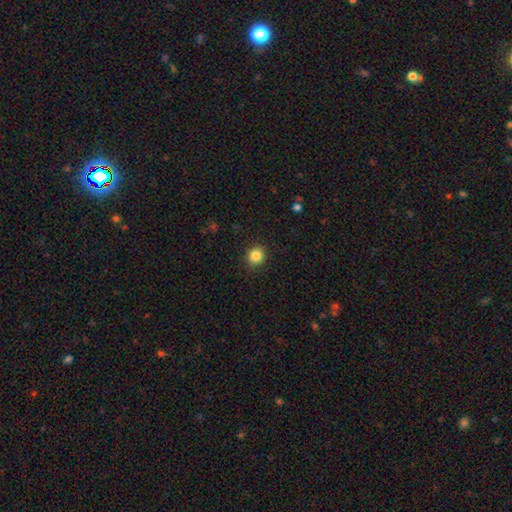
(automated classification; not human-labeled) Smooth or featured? Predicted: smooth (p=0.85). How rounded? Predicted: round (p=0.87). Merging? Predicted: none (p=0.91).